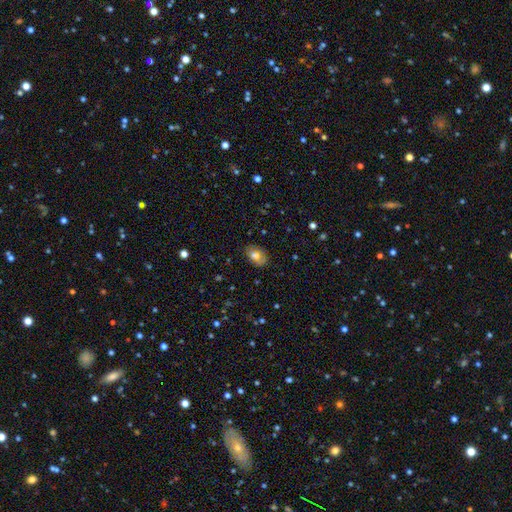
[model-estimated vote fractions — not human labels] Smooth or featured? smooth (78%)
How rounded? in between (83%)
Merging? none (77%)